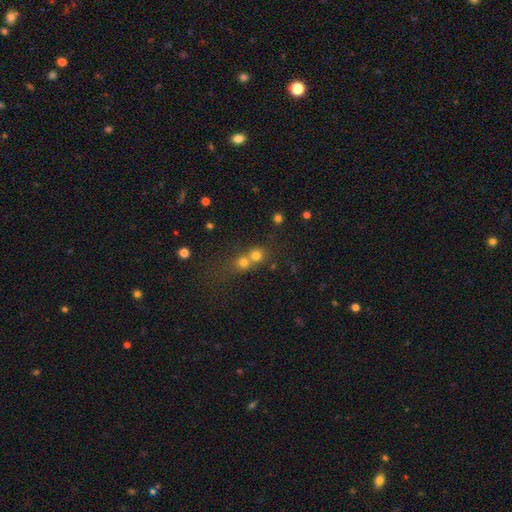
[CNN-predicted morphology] This is likely a smooth galaxy (71%). How rounded: clearly round (86%). Merging: possibly merger (54%).